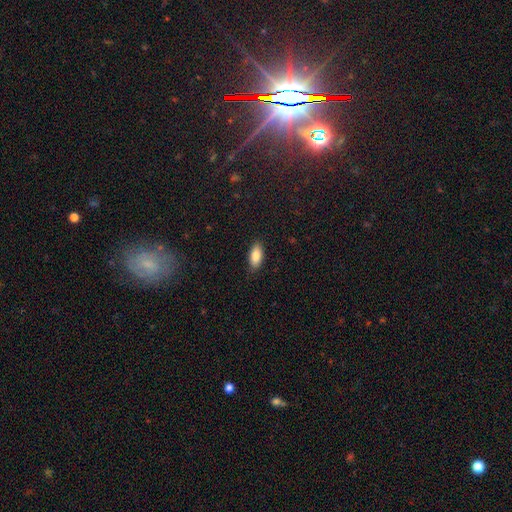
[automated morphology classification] This appears to be a smooth galaxy with no disk features (85%) that is in between round and cigar-shaped (88%). Merging: none (85%).